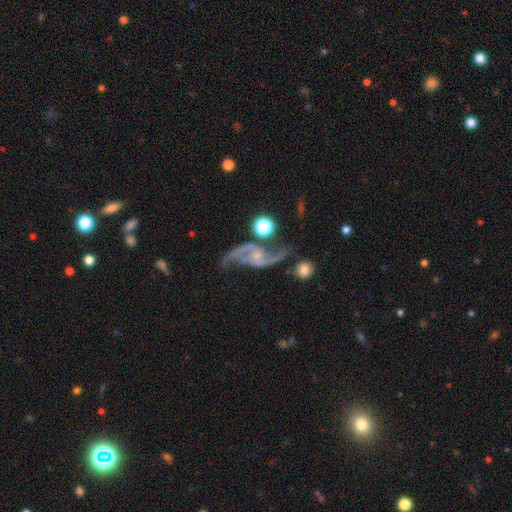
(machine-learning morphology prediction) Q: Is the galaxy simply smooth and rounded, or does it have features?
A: featured or disk — 90%.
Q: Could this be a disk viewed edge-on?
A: no — 96%.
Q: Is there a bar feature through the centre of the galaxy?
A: no — 55%.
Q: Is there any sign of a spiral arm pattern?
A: yes — 97%.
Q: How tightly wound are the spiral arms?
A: loose — 71%.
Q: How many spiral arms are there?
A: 2 — 94%.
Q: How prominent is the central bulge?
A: small — 65%.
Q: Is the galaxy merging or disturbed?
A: none — 63%.